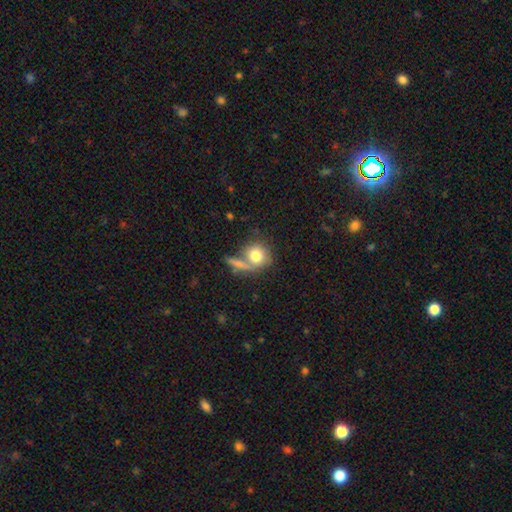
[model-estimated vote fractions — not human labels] A smooth galaxy with no disk features (76%) that is round (83%). Merging: none (51%).